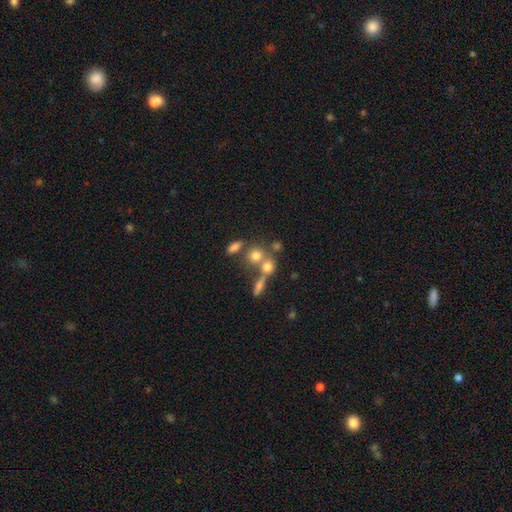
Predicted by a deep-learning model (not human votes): Q: Smooth or featured?
A: smooth (69%); runner-up: featured or disk (16%)
Q: How rounded?
A: round (70%); runner-up: in between (27%)
Q: Merging?
A: none (45%); runner-up: merger (40%)